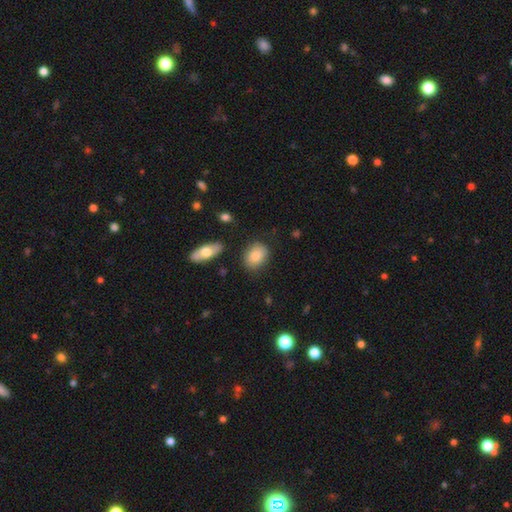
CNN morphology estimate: smooth 85%, featured or disk 9%, star or artifact 6%. Down the decision tree: how rounded — in between (66%); merging — none (81%).